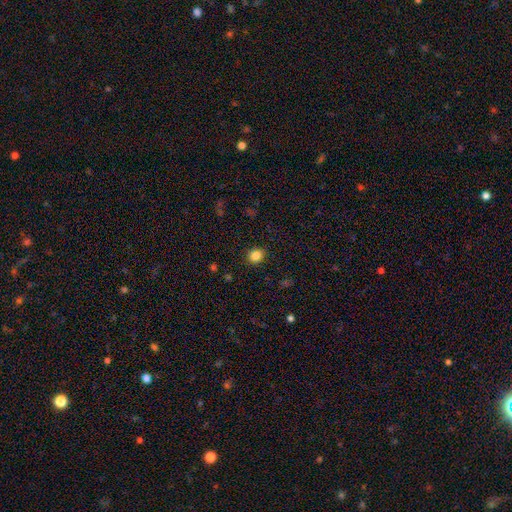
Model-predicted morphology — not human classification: smooth_or_featured: smooth (p=0.84) [alt: star or artifact p=0.11]
how_rounded: round (p=0.78) [alt: in between p=0.21]
merging: none (p=0.90) [alt: minor disturbance p=0.07]